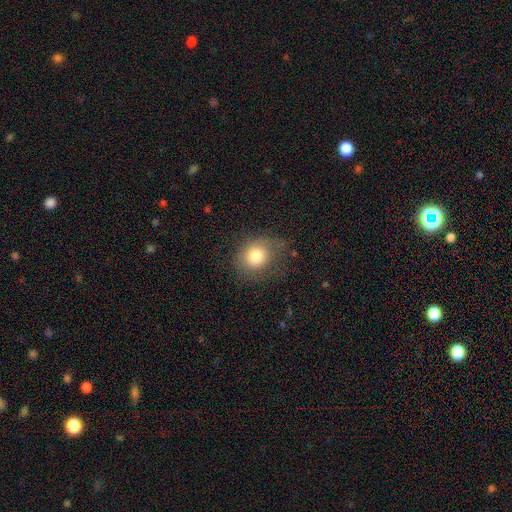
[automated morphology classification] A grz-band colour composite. It shows a smooth galaxy with no disk features (78%) that is round (68%). Merging: none (63%).